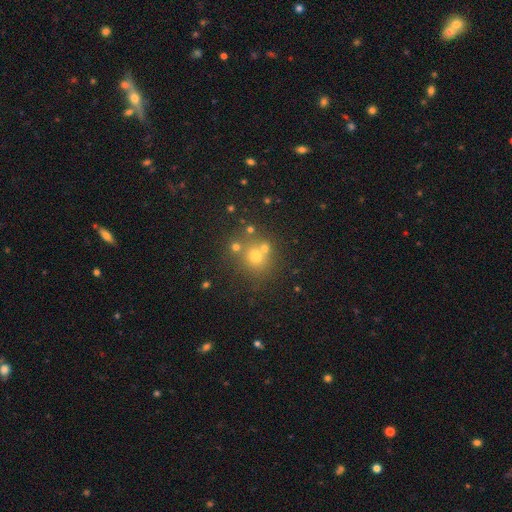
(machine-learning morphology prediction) This is likely a smooth galaxy (63%). How rounded: clearly round (86%). Merging: likely none (61%).